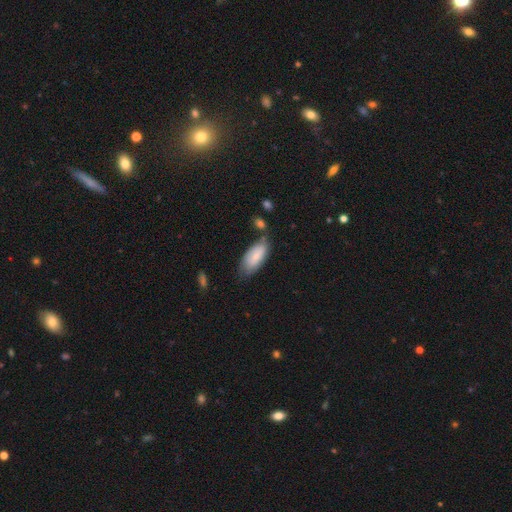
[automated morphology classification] smooth_or_featured: smooth (p=0.76) [alt: featured or disk p=0.18]
how_rounded: in between (p=0.88) [alt: cigar-shaped p=0.10]
merging: none (p=0.58) [alt: minor disturbance p=0.28]